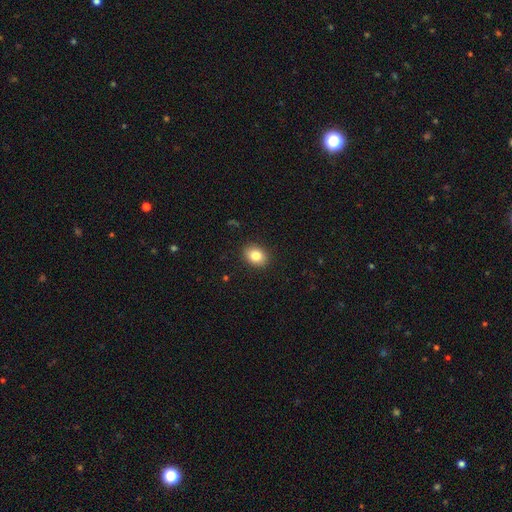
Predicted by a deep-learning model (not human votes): A smooth galaxy with no disk features (83%) that is in between round and cigar-shaped (66%). Merging: none (90%).